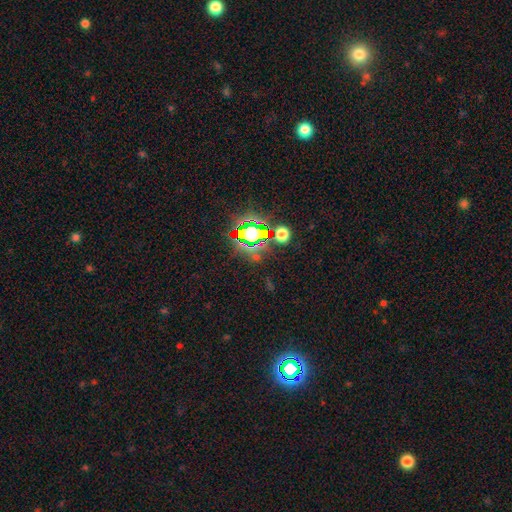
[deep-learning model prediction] smooth-or-featured: star or artifact: 76% | smooth: 15% | featured or disk: 9%